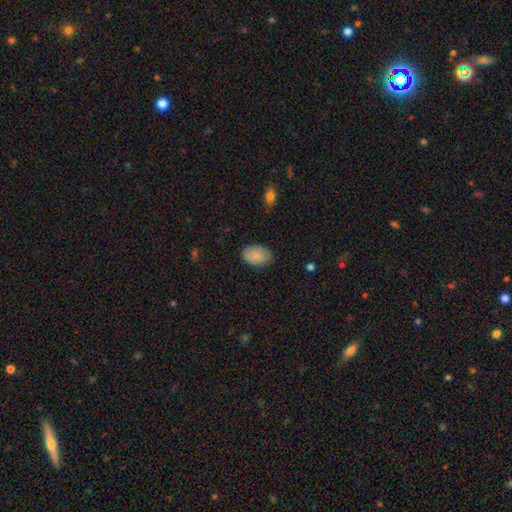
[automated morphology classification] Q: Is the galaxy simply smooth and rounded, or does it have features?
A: smooth — 86%.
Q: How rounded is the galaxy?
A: in between — 85%.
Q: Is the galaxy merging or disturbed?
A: none — 81%.